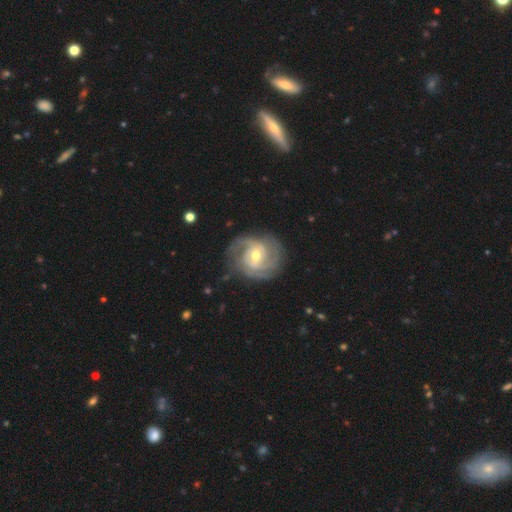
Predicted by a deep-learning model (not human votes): This is clearly a featured or disk galaxy (87%). It is clearly not viewed edge-on (98%). Bar: marginally weak (44%). Spiral arm pattern: clearly yes (96%). Spiral arm count: marginally 2 (33%). Spiral winding: likely tight (61%). Central bulge: likely moderate (64%). Merging: likely none (74%).